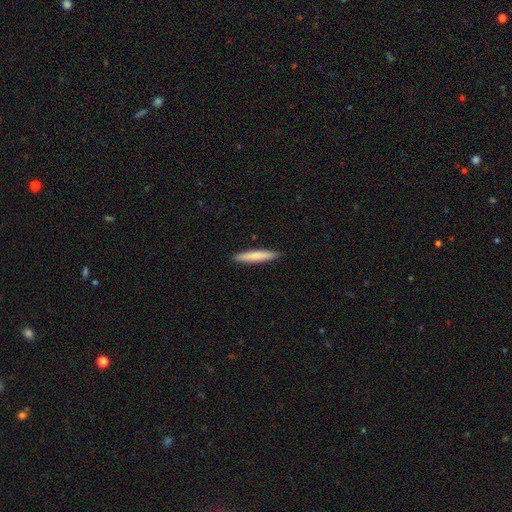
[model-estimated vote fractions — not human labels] The model was most divided on "smooth or featured": smooth: 75%, featured or disk: 20%, star or artifact: 5%. More confident: how rounded — cigar-shaped (93%); merging — none (92%).